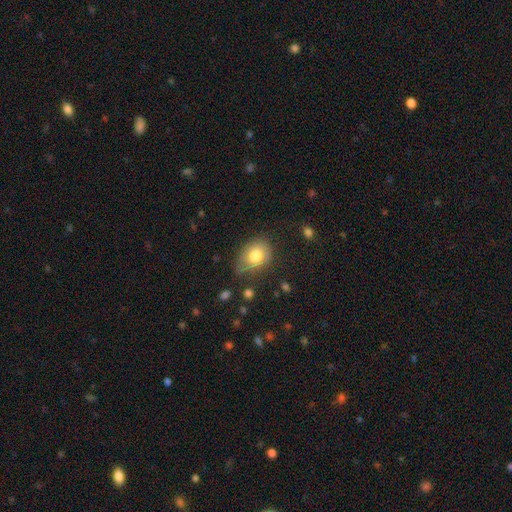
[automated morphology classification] type=smooth (78%); roundness=in between (65%); merging=none (53%).